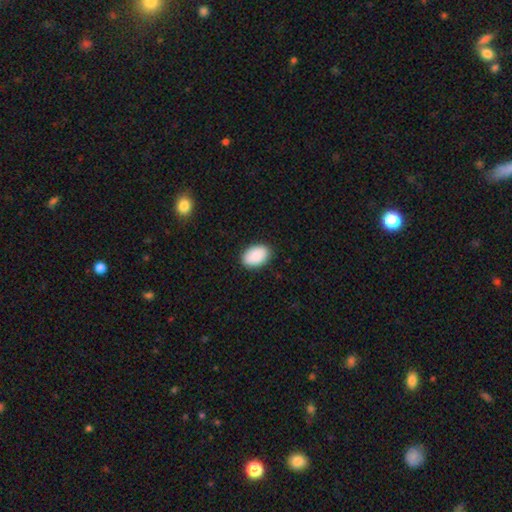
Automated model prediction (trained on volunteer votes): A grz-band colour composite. It shows a smooth galaxy with no disk features (91%) that is in between round and cigar-shaped (90%). Merging: none (88%).